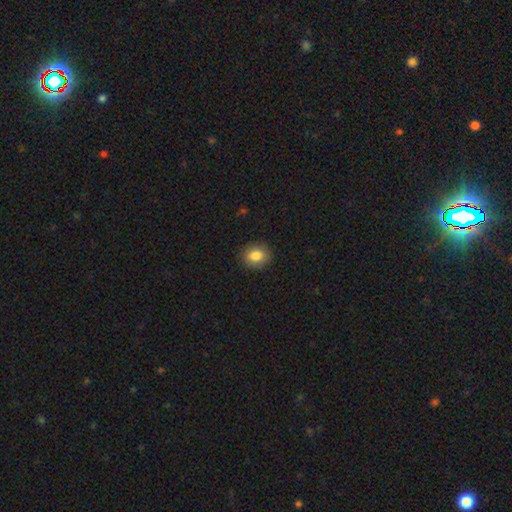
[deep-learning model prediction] This is clearly a smooth galaxy (85%). How rounded: possibly round (56%). Merging: clearly none (89%).